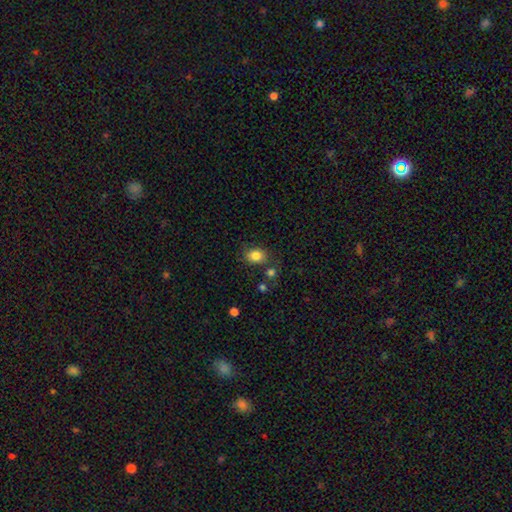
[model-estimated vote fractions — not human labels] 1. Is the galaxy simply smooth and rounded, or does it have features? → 83% smooth, 10% star or artifact, 6% featured or disk.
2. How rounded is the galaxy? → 53% in between, 46% round, 1% cigar-shaped.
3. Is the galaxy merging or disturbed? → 75% none, 13% minor disturbance, 8% merger, 4% major disturbance.